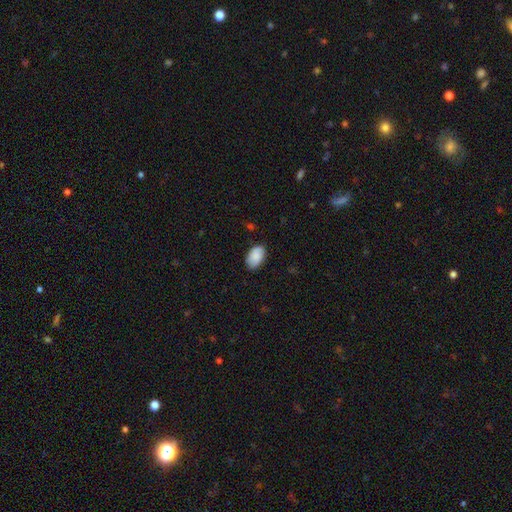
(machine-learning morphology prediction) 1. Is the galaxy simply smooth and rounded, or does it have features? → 88% smooth, 6% star or artifact, 5% featured or disk.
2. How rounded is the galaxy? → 93% in between, 6% round, 1% cigar-shaped.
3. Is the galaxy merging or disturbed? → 82% none, 15% minor disturbance, 3% major disturbance, 1% merger.